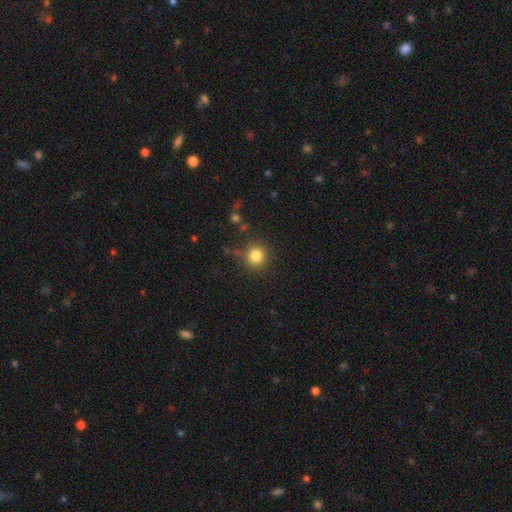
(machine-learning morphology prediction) type=smooth (83%); roundness=round (93%); merging=none (84%).